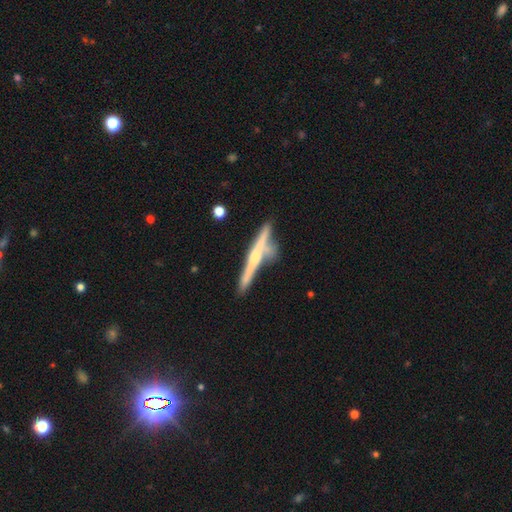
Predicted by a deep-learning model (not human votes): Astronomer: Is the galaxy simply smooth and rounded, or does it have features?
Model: featured or disk — 65%.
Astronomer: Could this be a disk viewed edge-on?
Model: yes — 96%.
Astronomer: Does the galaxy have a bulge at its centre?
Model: rounded — 59%.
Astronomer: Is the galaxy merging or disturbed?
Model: none — 60%.